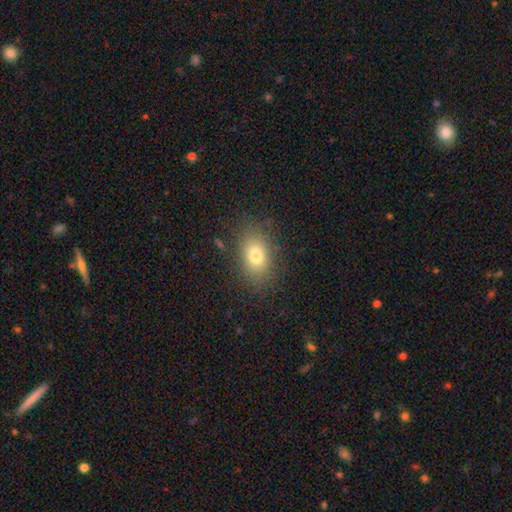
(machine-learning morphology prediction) Q: Smooth or featured?
A: smooth (77%); runner-up: featured or disk (12%)
Q: How rounded?
A: in between (78%); runner-up: round (20%)
Q: Merging?
A: none (84%); runner-up: minor disturbance (11%)